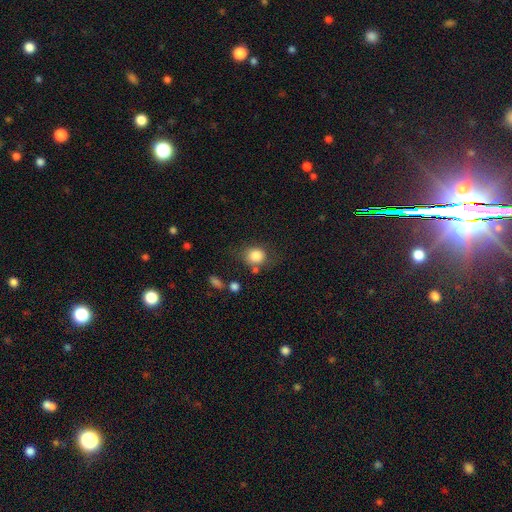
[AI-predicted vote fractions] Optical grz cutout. It shows a smooth galaxy with no disk features (84%) that is round (72%). Merging: none (65%).